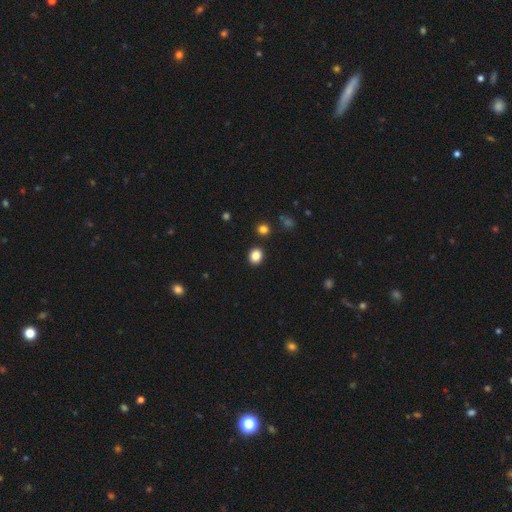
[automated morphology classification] Overall: smooth (85%). How rounded: round (68%; in between 31%). Merging: none (90%).